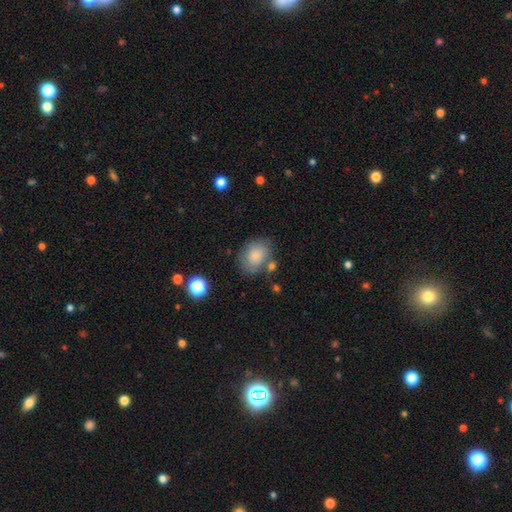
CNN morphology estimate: Q: Smooth or featured?
A: smooth (77%); runner-up: featured or disk (15%)
Q: How rounded?
A: in between (51%); runner-up: round (48%)
Q: Merging?
A: none (63%); runner-up: minor disturbance (21%)